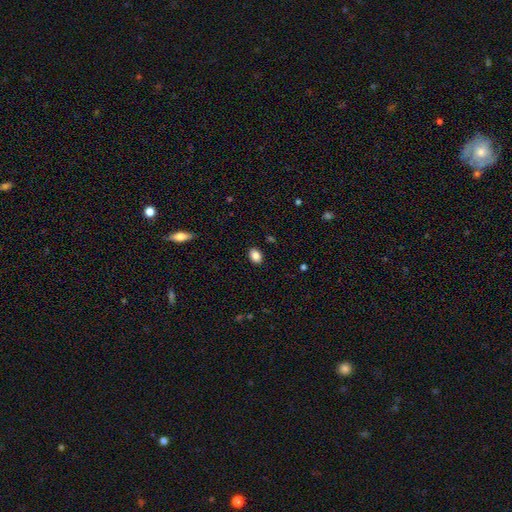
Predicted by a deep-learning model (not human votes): Smooth or featured: smooth — 86% (star or artifact — 9%)
How rounded: in between — 77% (round — 22%)
Merging: none — 89% (minor disturbance — 8%)